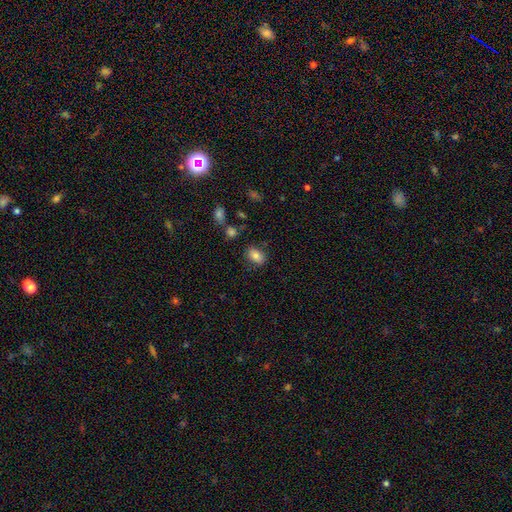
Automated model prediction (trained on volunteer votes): Smooth or featured? Predicted: smooth (p=0.80). How rounded? Predicted: in between (p=0.80). Merging? Predicted: none (p=0.79).